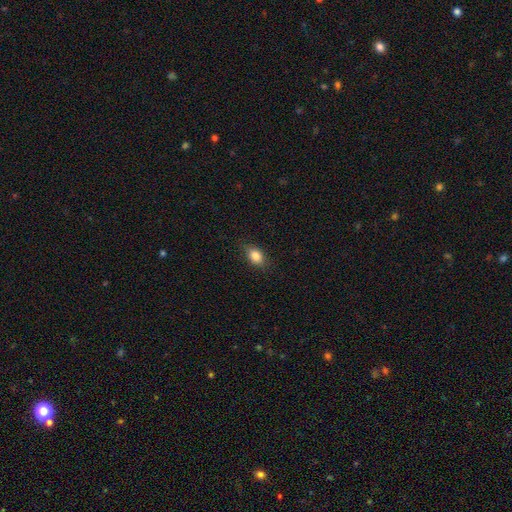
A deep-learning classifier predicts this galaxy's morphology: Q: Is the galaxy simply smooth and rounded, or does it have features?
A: smooth — 84%.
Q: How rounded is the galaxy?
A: in between — 78%.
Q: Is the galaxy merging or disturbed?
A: none — 81%.